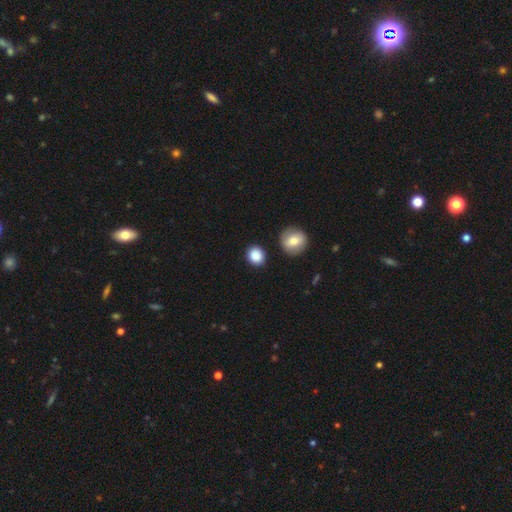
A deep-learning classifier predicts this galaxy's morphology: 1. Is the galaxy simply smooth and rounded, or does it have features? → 87% smooth, 8% star or artifact, 5% featured or disk.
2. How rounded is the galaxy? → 77% round, 22% in between, 1% cigar-shaped.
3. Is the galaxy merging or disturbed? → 86% none, 8% minor disturbance, 4% merger, 2% major disturbance.